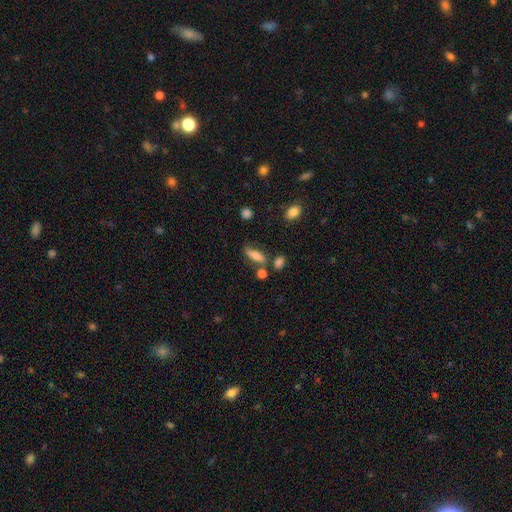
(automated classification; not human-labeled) Overall: smooth (62%; featured or disk 29%). How rounded: in between (53%; cigar-shaped 42%). Merging: none (59%; minor disturbance 20%).